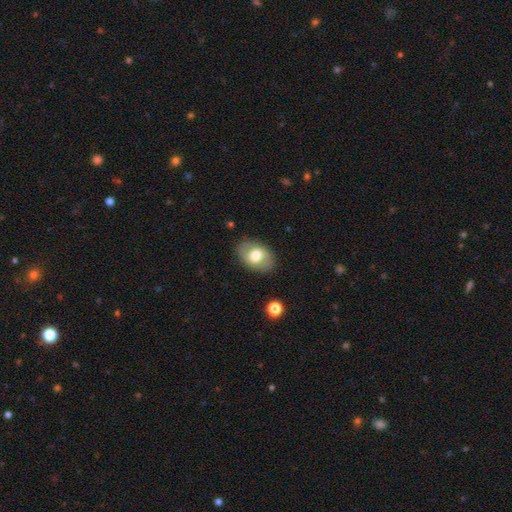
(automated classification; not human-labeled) smooth-or-featured: smooth: 65% | featured or disk: 28% | star or artifact: 7%
  how-rounded: in between: 83% | round: 16% | cigar-shaped: 1%
  merging: none: 84% | minor disturbance: 11% | major disturbance: 4% | merger: 1%